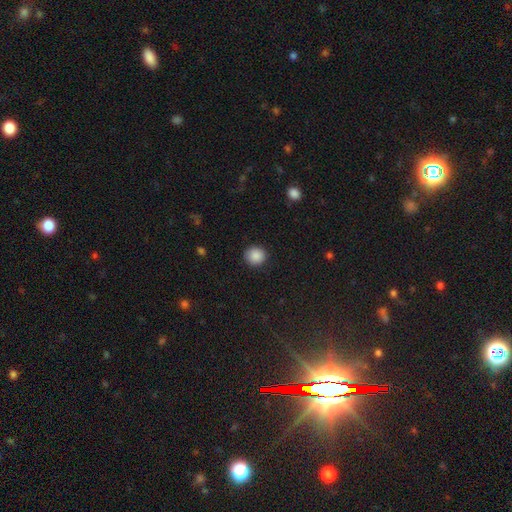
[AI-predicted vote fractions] This appears to be a smooth galaxy with no disk features (88%) that is round (91%). Merging: none (91%).